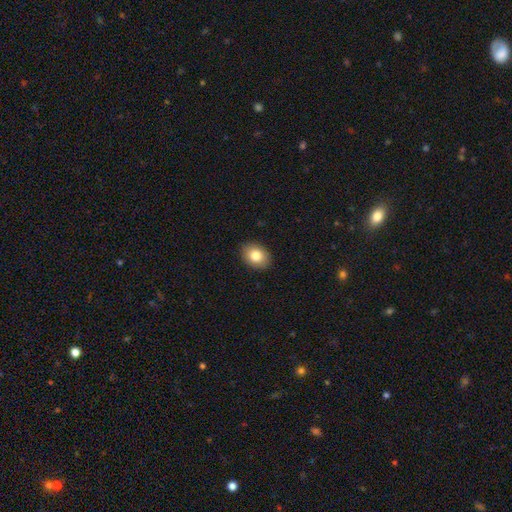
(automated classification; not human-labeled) Overall: smooth (83%). How rounded: in between (66%; round 33%). Merging: none (89%).